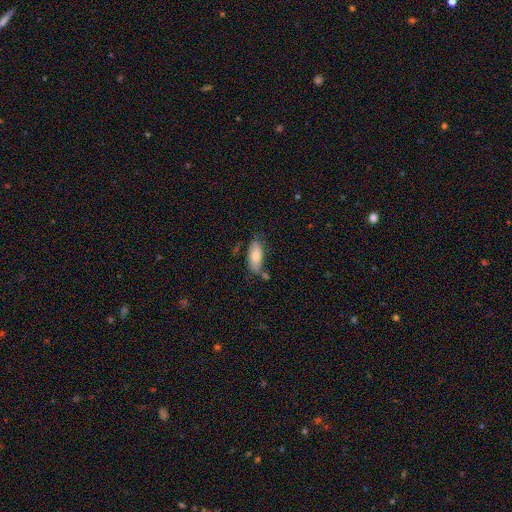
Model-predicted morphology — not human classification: This is likely a smooth galaxy (70%). How rounded: clearly in between (85%). Merging: likely none (61%).